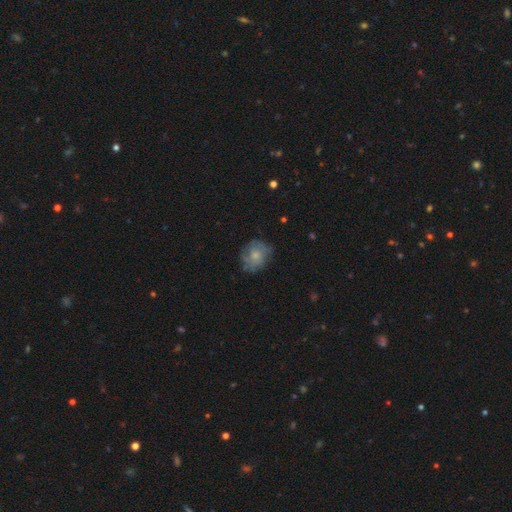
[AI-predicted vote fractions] A smooth galaxy with no disk features (51%) that is round (66%). Merging: none (66%).